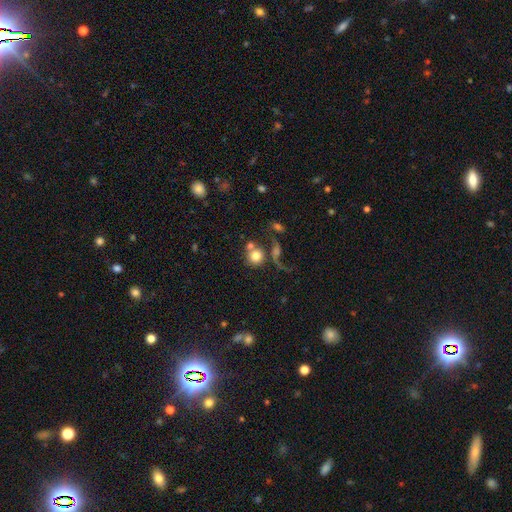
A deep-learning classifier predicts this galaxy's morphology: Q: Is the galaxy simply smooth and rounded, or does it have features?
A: smooth — 75%.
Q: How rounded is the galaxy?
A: round — 87%.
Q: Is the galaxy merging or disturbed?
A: none — 48%.